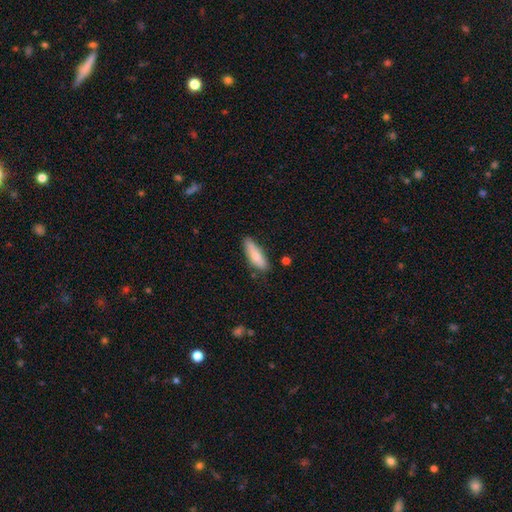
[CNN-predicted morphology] Smooth or featured? smooth (76%)
How rounded? cigar-shaped (55%)
Merging? none (74%)